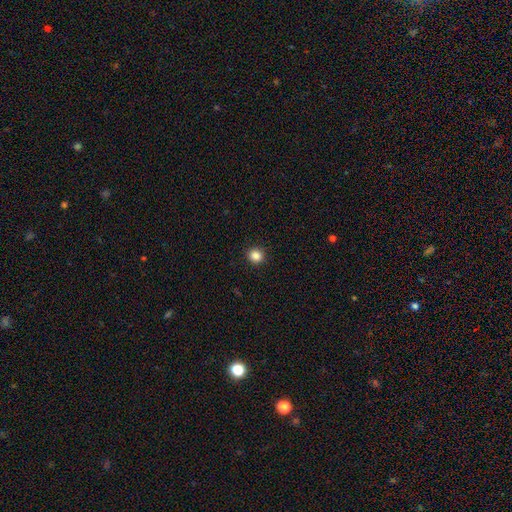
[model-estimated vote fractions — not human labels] Smooth or featured: smooth — 85% (star or artifact — 11%)
How rounded: round — 91% (in between — 8%)
Merging: none — 93% (minor disturbance — 5%)